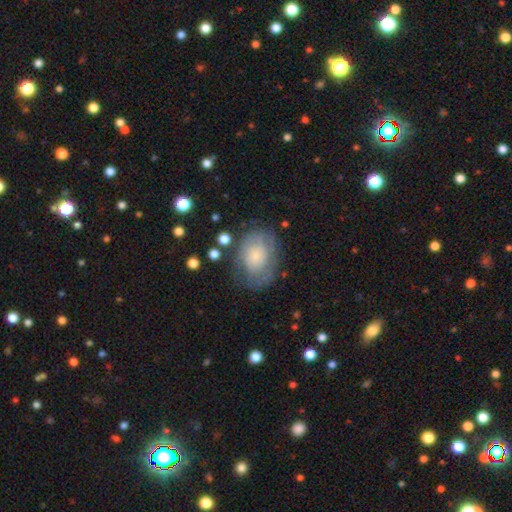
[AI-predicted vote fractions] A smooth galaxy with no disk features (46%, tied with featured or disk). Merging: none (62%).